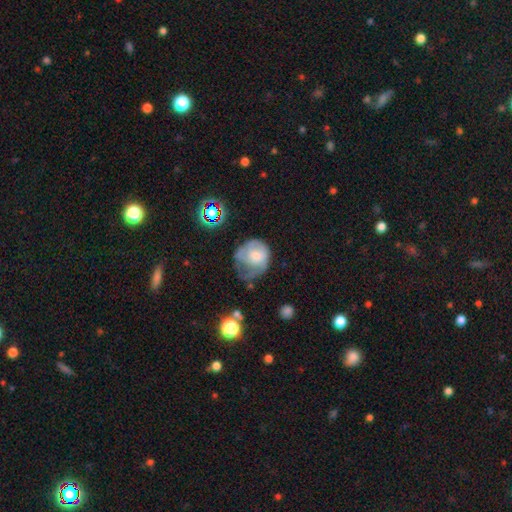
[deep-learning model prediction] Smooth or featured? featured or disk (46%)
Merging? major disturbance (37%)